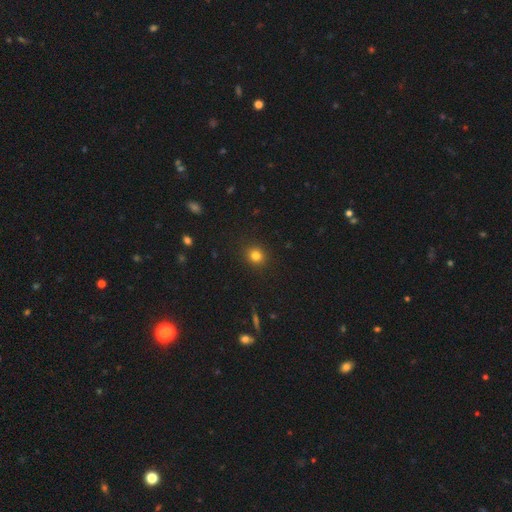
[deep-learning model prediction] A smooth galaxy with no disk features (81%) that is round (86%).

Vote fractions:
- Smooth or featured? smooth: 81% / star or artifact: 13% / featured or disk: 6%
- How rounded? round: 86% / in between: 13% / cigar-shaped: 1%
- Merging? none: 91% / minor disturbance: 6% / major disturbance: 2% / merger: 1%